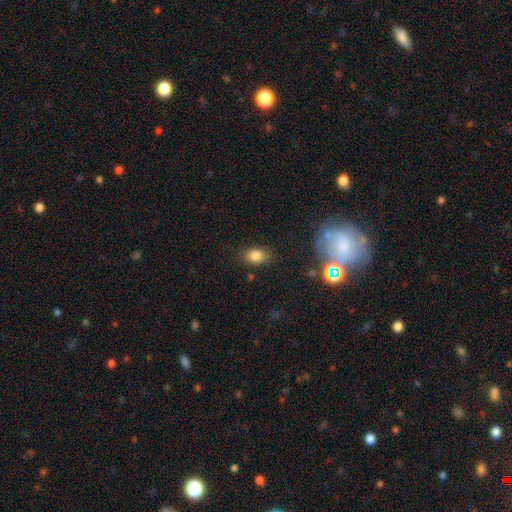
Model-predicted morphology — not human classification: A smooth galaxy with no disk features (82%) that is in between round and cigar-shaped (78%). Merging: none (79%).